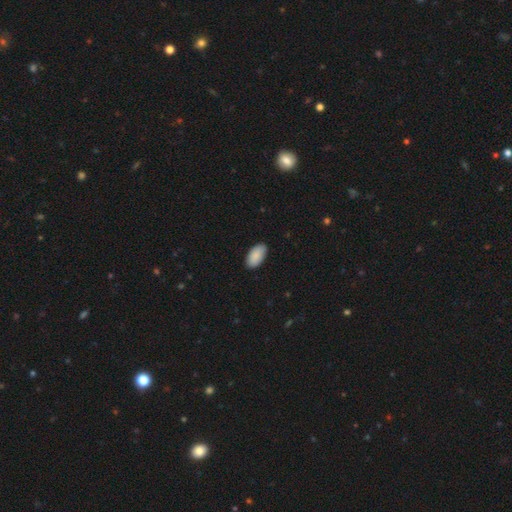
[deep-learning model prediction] Smooth or featured? smooth (90%)
How rounded? in between (96%)
Merging? none (87%)